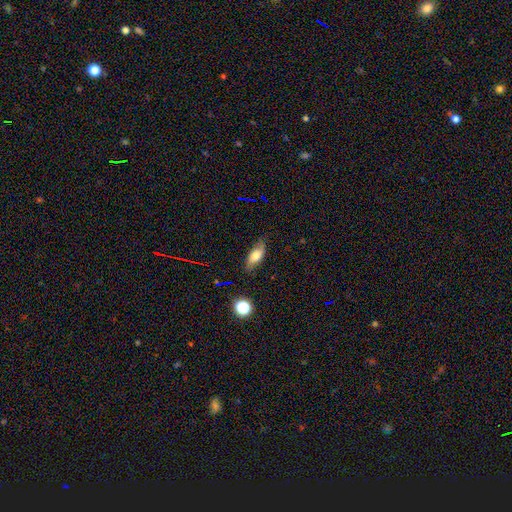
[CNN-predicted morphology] Smooth or featured: smooth — 68% (featured or disk — 22%)
How rounded: in between — 77% (cigar-shaped — 18%)
Merging: none — 75% (minor disturbance — 19%)